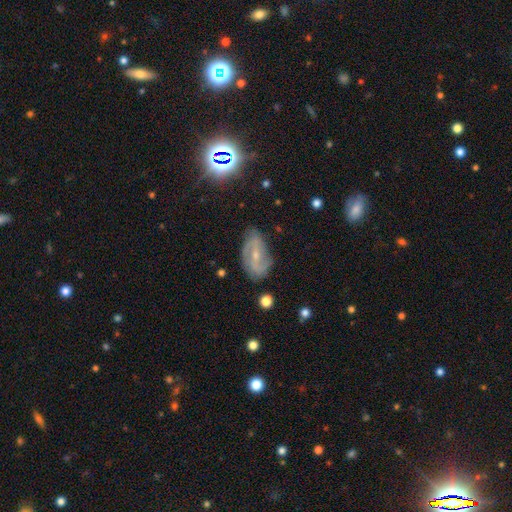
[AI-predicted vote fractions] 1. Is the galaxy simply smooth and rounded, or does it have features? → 74% featured or disk, 15% smooth, 11% star or artifact.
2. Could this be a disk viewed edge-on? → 94% no, 6% yes.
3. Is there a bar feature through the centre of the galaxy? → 45% weak, 31% no, 25% strong.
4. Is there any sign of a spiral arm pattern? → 89% yes, 11% no.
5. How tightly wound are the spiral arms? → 42% medium, 29% tight, 29% loose.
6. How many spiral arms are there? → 70% 2, 16% can't tell, 6% 3, 4% 1, 2% 4, 2% more than 4.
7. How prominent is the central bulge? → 67% small, 29% moderate, 3% none, 1% large, 1% dominant.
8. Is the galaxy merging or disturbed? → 71% none, 21% minor disturbance, 7% major disturbance, 2% merger.